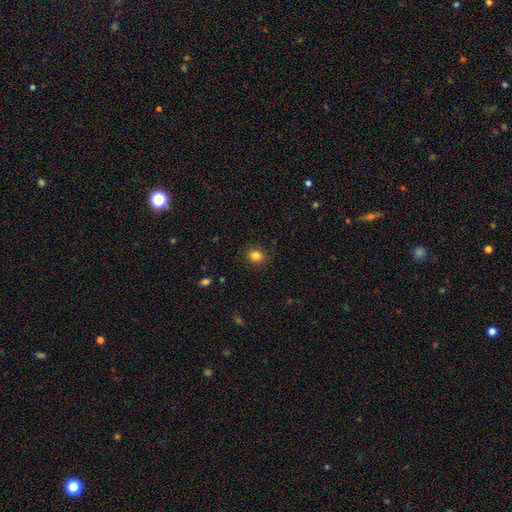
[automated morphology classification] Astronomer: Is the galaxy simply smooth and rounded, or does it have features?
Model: smooth — 84%.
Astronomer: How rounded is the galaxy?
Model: round — 63%.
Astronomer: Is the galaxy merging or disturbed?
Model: none — 88%.